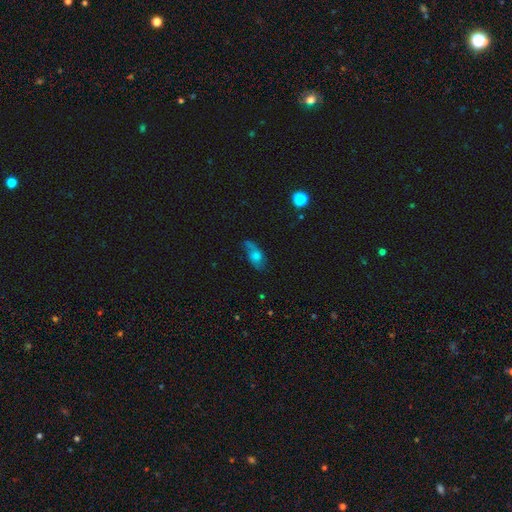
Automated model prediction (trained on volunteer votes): Smooth or featured: smooth — 46% (featured or disk — 43%)
Merging: none — 49% (minor disturbance — 29%)